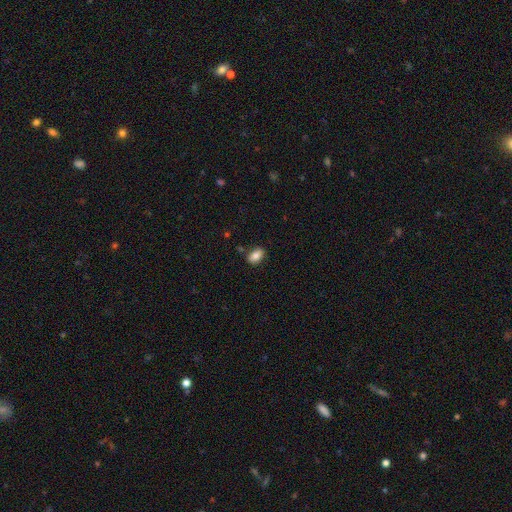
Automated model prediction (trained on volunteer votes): This is clearly a smooth galaxy (83%). How rounded: clearly in between (90%). Merging: clearly none (82%).